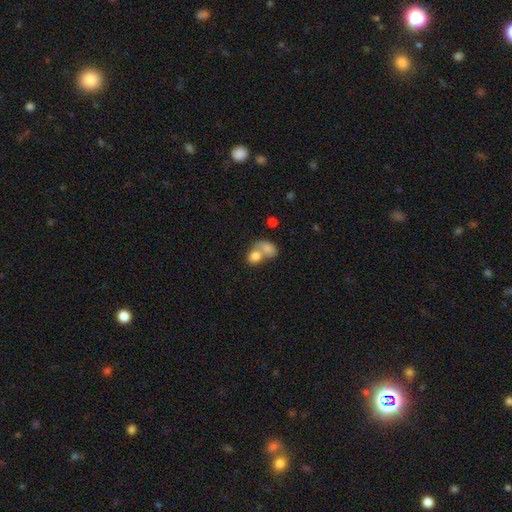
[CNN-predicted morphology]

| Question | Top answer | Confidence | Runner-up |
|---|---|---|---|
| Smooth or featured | smooth | 79% | featured or disk (13%) |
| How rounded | in between | 55% | round (44%) |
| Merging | merger | 69% | none (20%) |